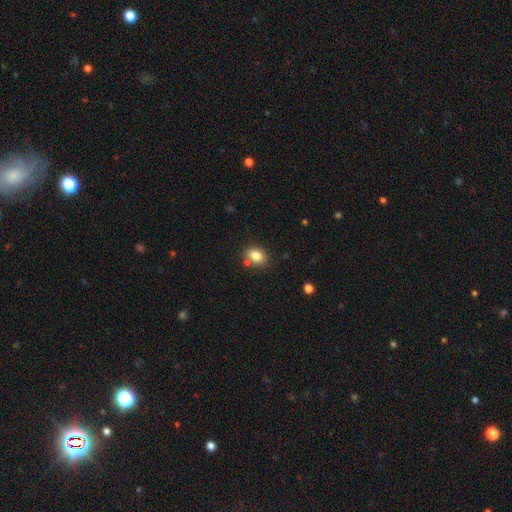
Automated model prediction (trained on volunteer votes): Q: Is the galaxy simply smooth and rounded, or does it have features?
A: smooth — 82%.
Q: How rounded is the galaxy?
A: in between — 62%.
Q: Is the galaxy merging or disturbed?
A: none — 73%.